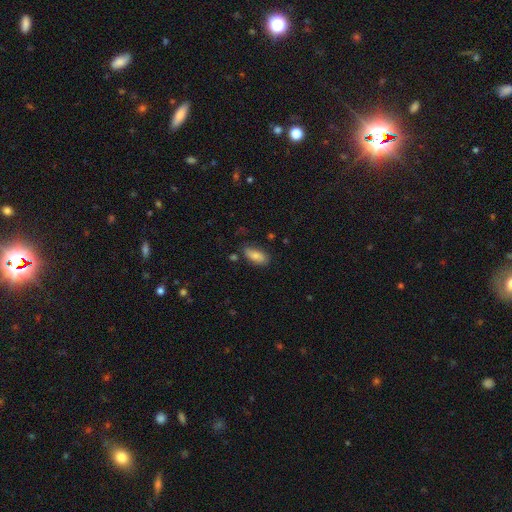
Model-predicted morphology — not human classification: smooth 82%, featured or disk 11%, star or artifact 7%. Down the decision tree: how rounded — in between (86%); merging — none (74%).